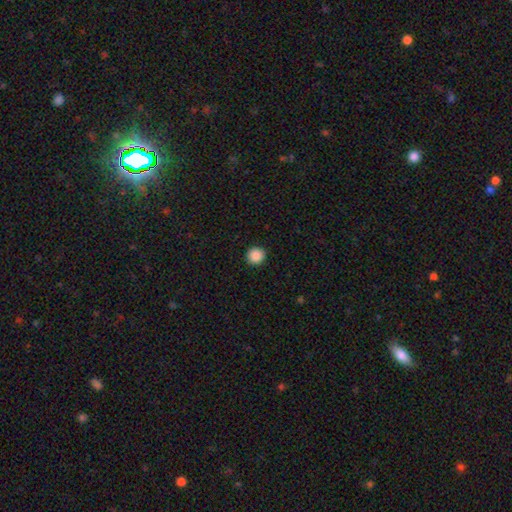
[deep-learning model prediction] Smooth or featured?
  - smooth: 88% *
  - star or artifact: 9%
  - featured or disk: 3%
How rounded?
  - round: 93% *
  - in between: 6%
  - cigar-shaped: 1%
Merging?
  - none: 92% *
  - minor disturbance: 5%
  - major disturbance: 2%
  - merger: 1%